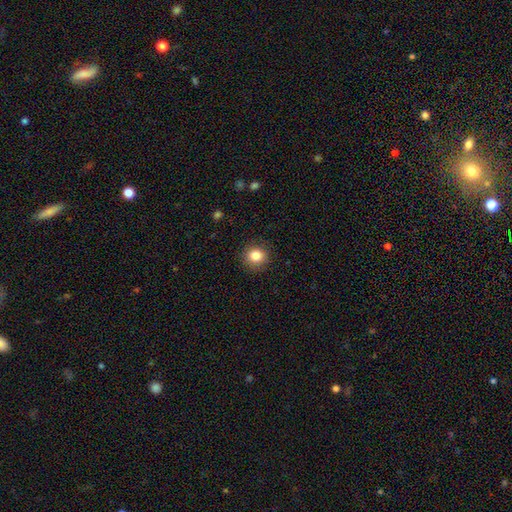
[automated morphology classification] smooth 85%, star or artifact 10%, featured or disk 5%. Down the decision tree: how rounded — round (87%); merging — none (89%).